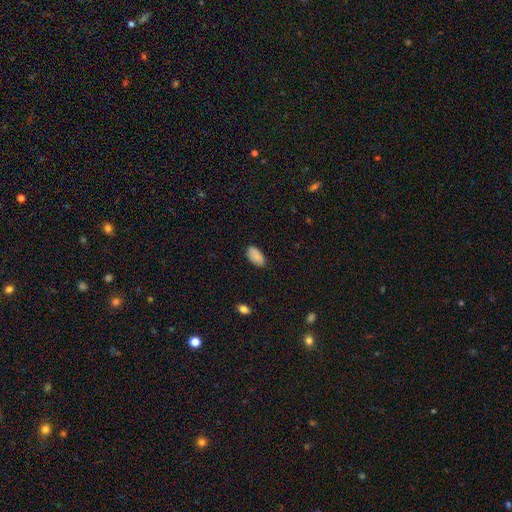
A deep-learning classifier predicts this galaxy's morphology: Overall: smooth (89%). How rounded: in between (95%). Merging: none (83%).